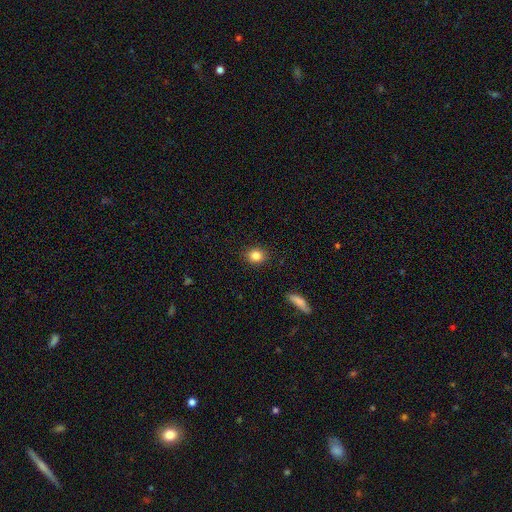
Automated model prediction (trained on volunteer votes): This is clearly a smooth galaxy (83%). How rounded: likely round (65%). Merging: clearly none (89%).